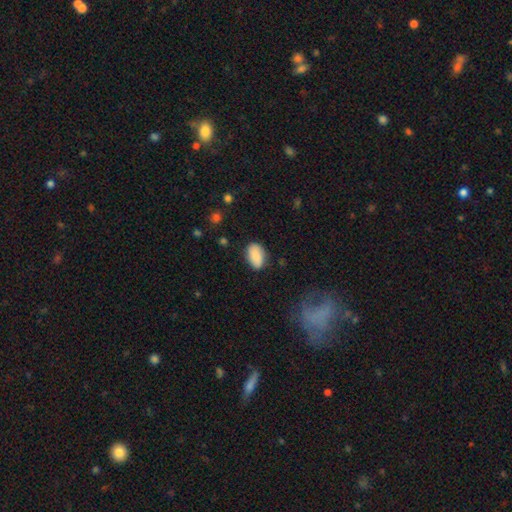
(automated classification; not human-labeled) Smooth or featured? Predicted: smooth (p=0.84). How rounded? Predicted: in between (p=0.91). Merging? Predicted: none (p=0.78).